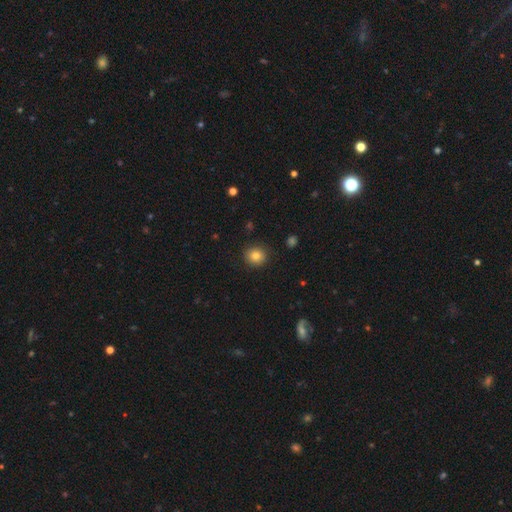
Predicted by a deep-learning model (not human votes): Overall: smooth (83%). How rounded: round (86%). Merging: none (90%).